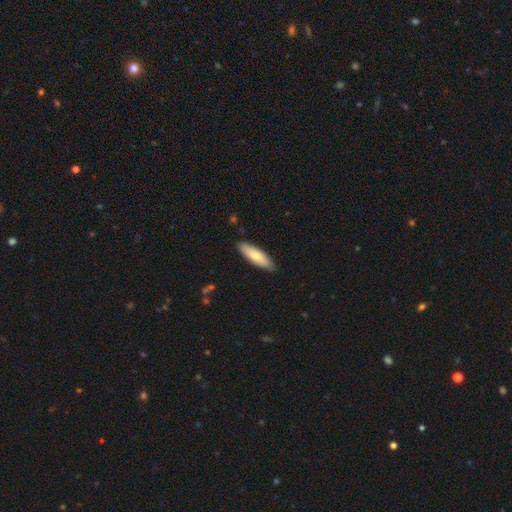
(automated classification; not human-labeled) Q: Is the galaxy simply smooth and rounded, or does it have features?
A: smooth — 71%.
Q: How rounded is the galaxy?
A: cigar-shaped — 52%.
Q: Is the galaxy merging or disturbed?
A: none — 88%.